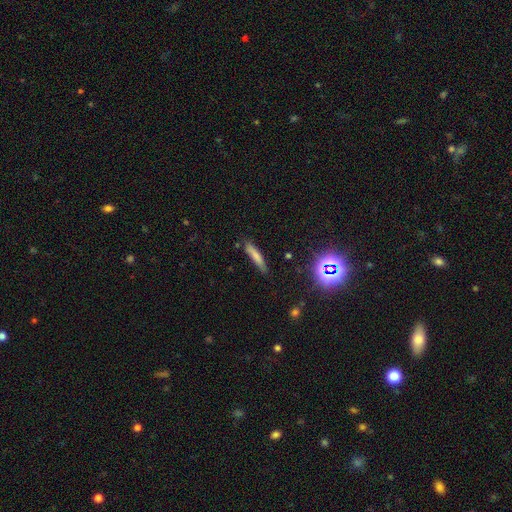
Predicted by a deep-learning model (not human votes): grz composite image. It shows a smooth galaxy with no disk features (71%) that is cigar-shaped (88%). Merging: none (77%).